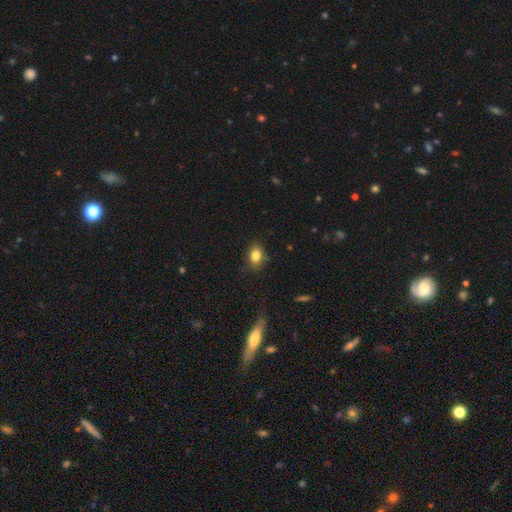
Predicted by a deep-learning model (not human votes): The model was most divided on "how rounded": in between: 70%, round: 29%, cigar-shaped: 2%. More confident: smooth or featured — smooth (82%); merging — none (77%).